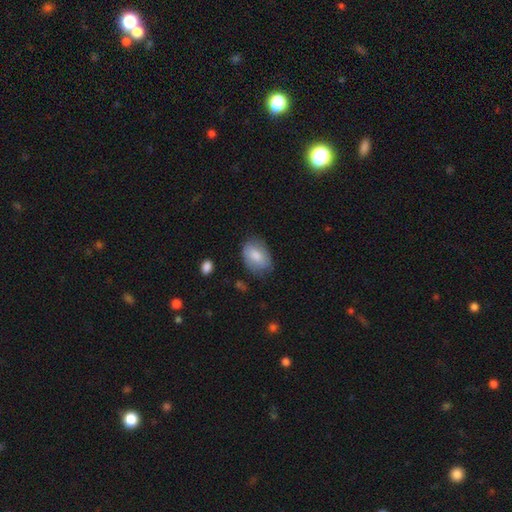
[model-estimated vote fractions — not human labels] This is likely a smooth galaxy (77%). How rounded: clearly in between (86%). Merging: likely none (67%).